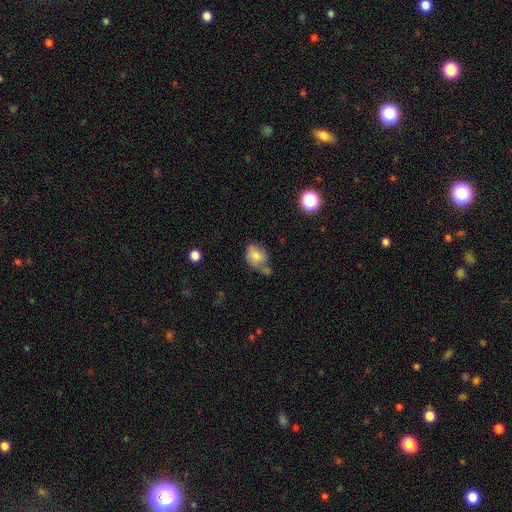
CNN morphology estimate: The model was most divided on "merging": none: 40%, minor disturbance: 28%, merger: 20%, major disturbance: 12%. More confident: smooth or featured — smooth (73%); how rounded — in between (64%).